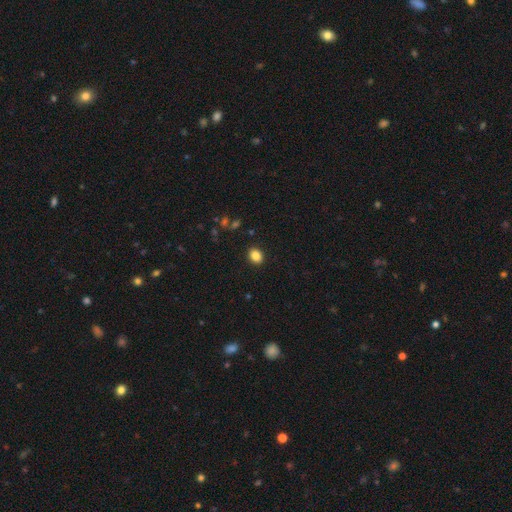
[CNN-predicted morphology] Smooth or featured: smooth — 86% (star or artifact — 10%)
How rounded: round — 50% (in between — 49%)
Merging: none — 90% (minor disturbance — 7%)